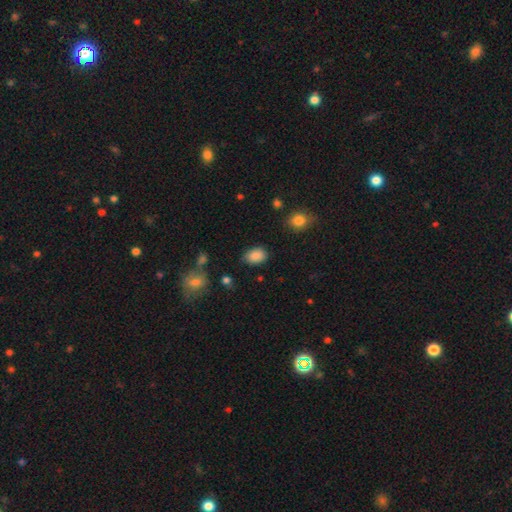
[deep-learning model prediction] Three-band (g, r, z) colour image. It shows a smooth galaxy with no disk features (87%) that is in between round and cigar-shaped (81%). Merging: none (78%).